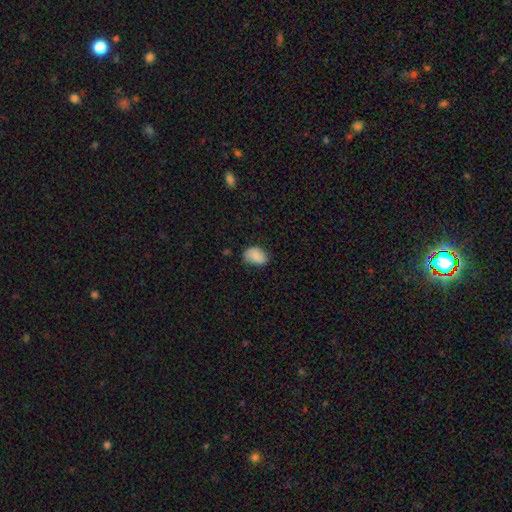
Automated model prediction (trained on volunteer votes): A smooth galaxy with no disk features (81%) that is in between round and cigar-shaped (81%). Merging: none (67%).